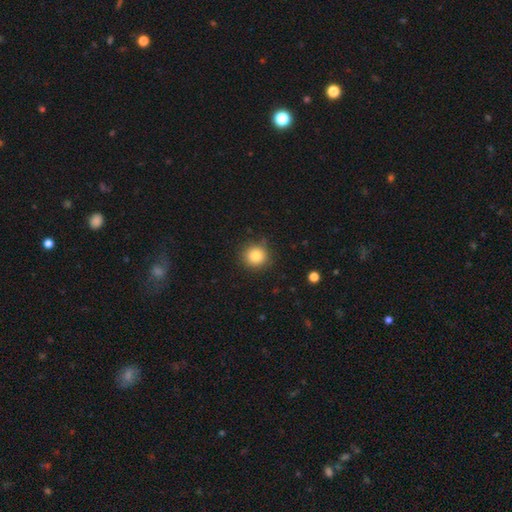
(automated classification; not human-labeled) smooth_or_featured: smooth (p=0.83) [alt: star or artifact p=0.10]
how_rounded: round (p=0.93) [alt: in between p=0.06]
merging: none (p=0.87) [alt: minor disturbance p=0.09]